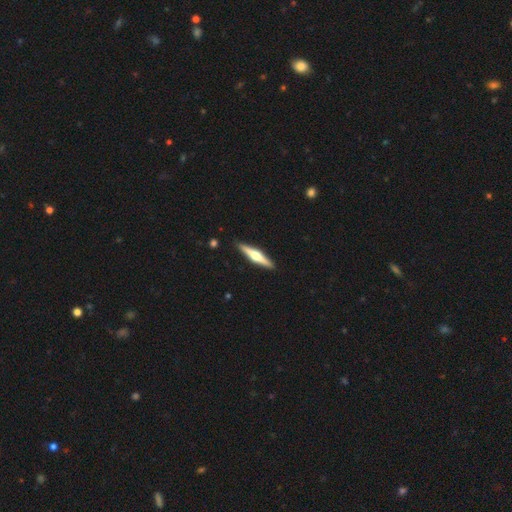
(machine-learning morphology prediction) This appears to be a featured or disk galaxy (67%) viewed edge-on (98%) with a rounded central bulge (94%). Merging: none (91%).